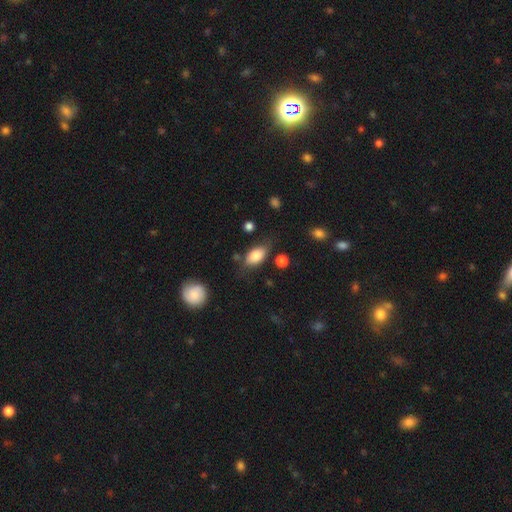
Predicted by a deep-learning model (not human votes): A smooth galaxy with no disk features (81%) that is in between round and cigar-shaped (89%). Merging: none (69%).